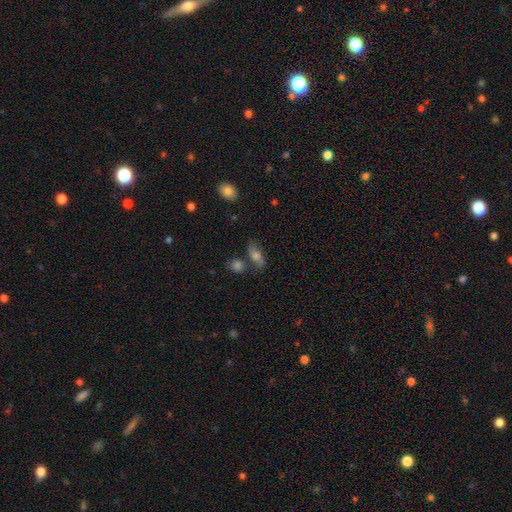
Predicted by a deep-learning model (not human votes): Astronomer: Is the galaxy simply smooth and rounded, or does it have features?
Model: smooth — 64%.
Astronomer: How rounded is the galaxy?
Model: in between — 78%.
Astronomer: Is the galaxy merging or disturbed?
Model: none — 62%.